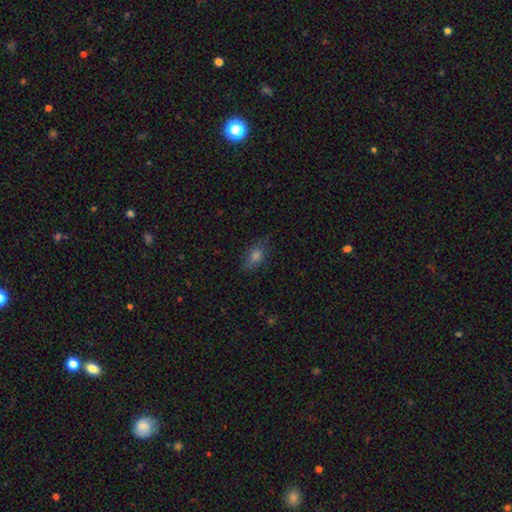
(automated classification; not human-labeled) smooth-or-featured: smooth: 71% | star or artifact: 16% | featured or disk: 13%
  how-rounded: in between: 77% | round: 15% | cigar-shaped: 8%
  merging: none: 79% | minor disturbance: 16% | major disturbance: 4% | merger: 1%